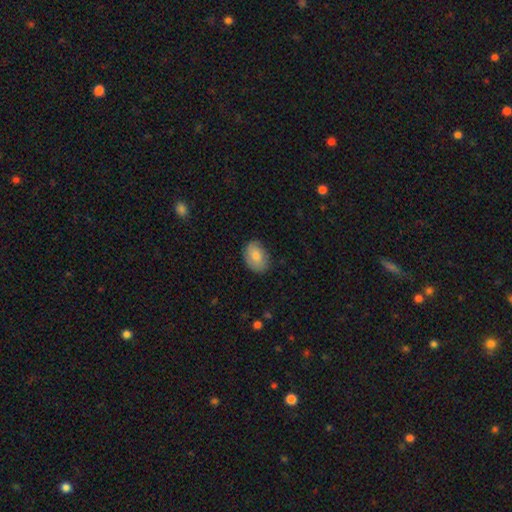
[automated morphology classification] Overall: smooth (76%). How rounded: in between (83%). Merging: none (79%).